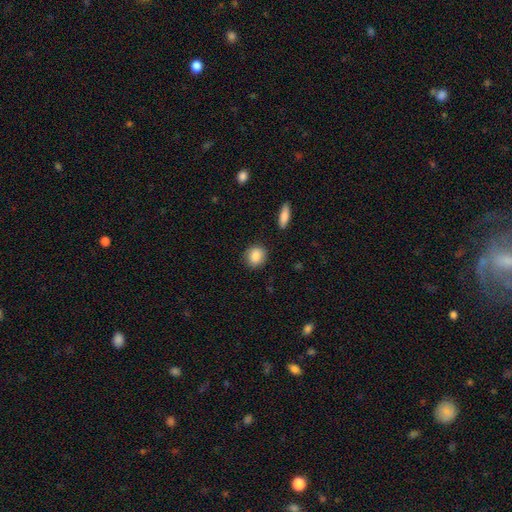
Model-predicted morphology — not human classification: This is clearly a smooth galaxy (88%). How rounded: likely round (71%). Merging: clearly none (87%).